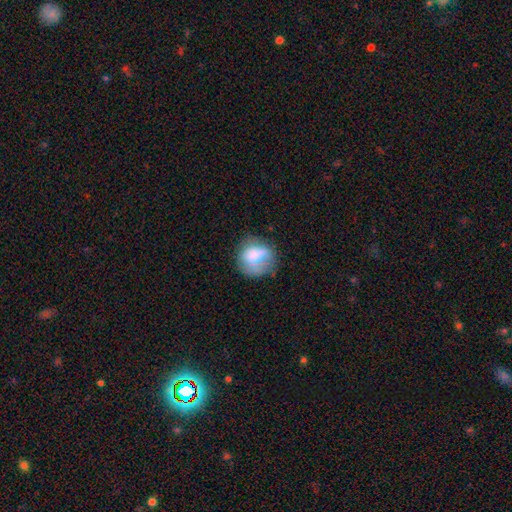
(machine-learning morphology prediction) Smooth or featured: smooth — 69% (featured or disk — 22%)
How rounded: round — 78% (in between — 22%)
Merging: none — 48% (minor disturbance — 27%)